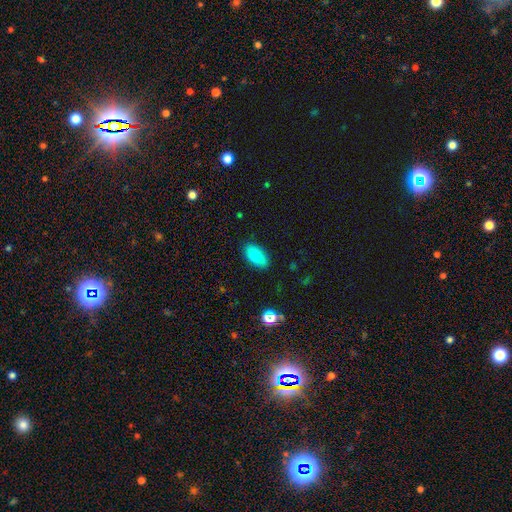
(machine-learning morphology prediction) Smooth or featured?
  - smooth: 83% *
  - featured or disk: 9%
  - star or artifact: 8%
How rounded?
  - in between: 93% *
  - round: 4%
  - cigar-shaped: 3%
Merging?
  - none: 87% *
  - minor disturbance: 10%
  - major disturbance: 2%
  - merger: 1%